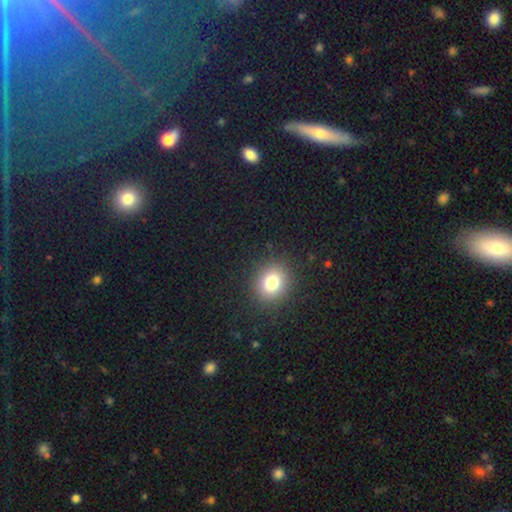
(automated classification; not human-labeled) smooth-or-featured: smooth: 74% | star or artifact: 17% | featured or disk: 9%
  how-rounded: round: 79% | in between: 19% | cigar-shaped: 2%
  merging: none: 92% | minor disturbance: 5% | major disturbance: 2% | merger: 1%